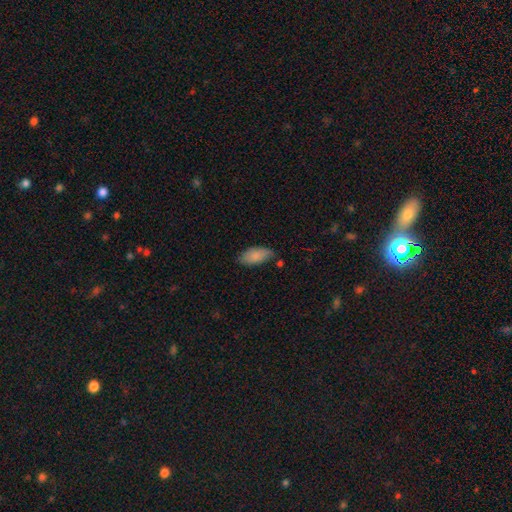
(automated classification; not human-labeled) Overall: smooth (84%). How rounded: in between (91%). Merging: none (70%).